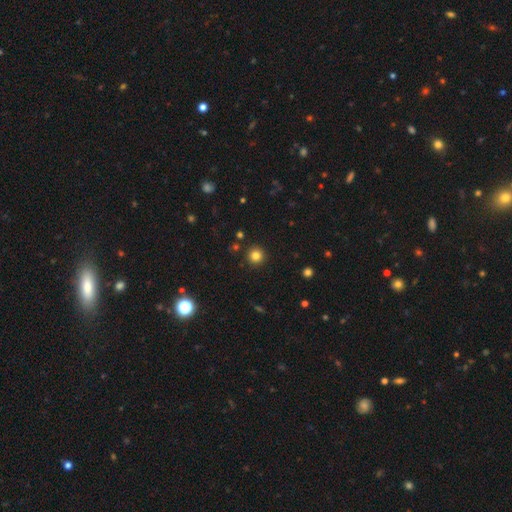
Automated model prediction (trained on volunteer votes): Smooth or featured? smooth (81%)
How rounded? round (95%)
Merging? none (92%)